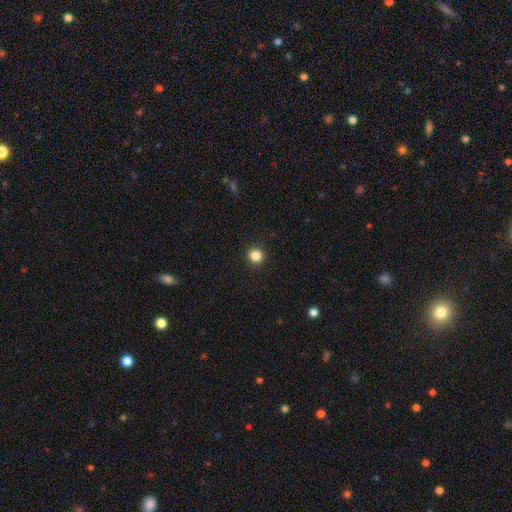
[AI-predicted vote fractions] The model was most divided on "smooth or featured": smooth: 85%, star or artifact: 11%, featured or disk: 4%. More confident: how rounded — round (94%); merging — none (93%).